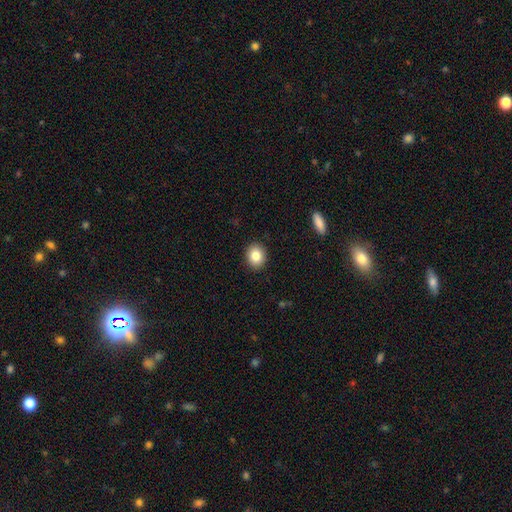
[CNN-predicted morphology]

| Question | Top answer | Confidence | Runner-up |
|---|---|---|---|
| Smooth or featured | smooth | 84% | star or artifact (9%) |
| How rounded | round | 61% | in between (38%) |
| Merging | none | 91% | minor disturbance (6%) |